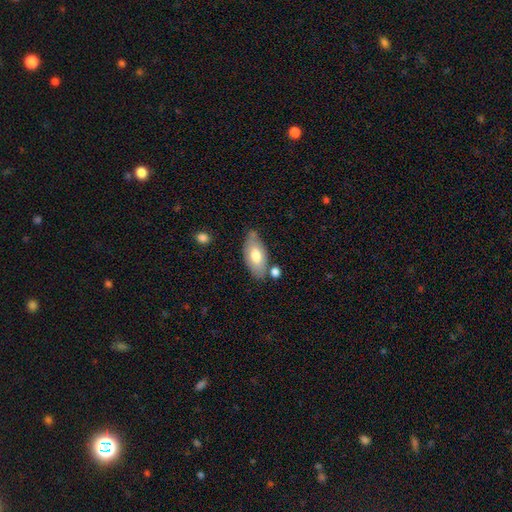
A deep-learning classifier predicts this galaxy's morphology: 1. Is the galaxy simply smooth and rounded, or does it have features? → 69% smooth, 25% featured or disk, 6% star or artifact.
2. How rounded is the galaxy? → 90% in between, 7% cigar-shaped, 3% round.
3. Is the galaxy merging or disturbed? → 65% none, 21% minor disturbance, 10% merger, 5% major disturbance.